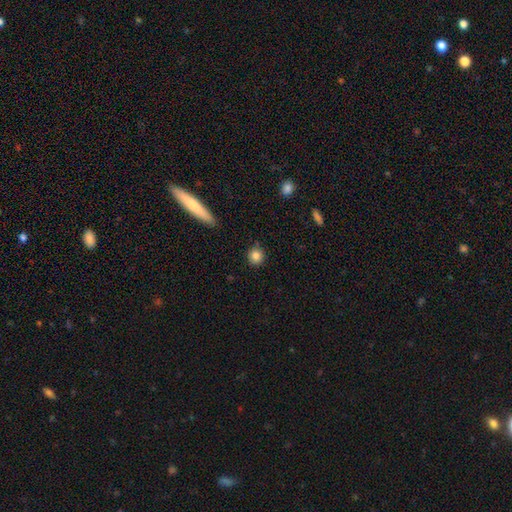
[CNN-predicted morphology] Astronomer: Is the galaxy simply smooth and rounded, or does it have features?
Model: smooth — 85%.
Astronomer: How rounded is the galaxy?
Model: round — 89%.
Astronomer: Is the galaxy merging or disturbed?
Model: none — 87%.